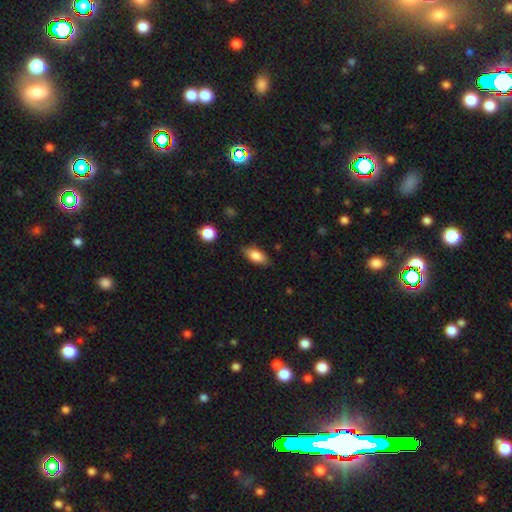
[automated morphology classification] Smooth or featured? smooth (80%)
How rounded? in between (84%)
Merging? none (83%)